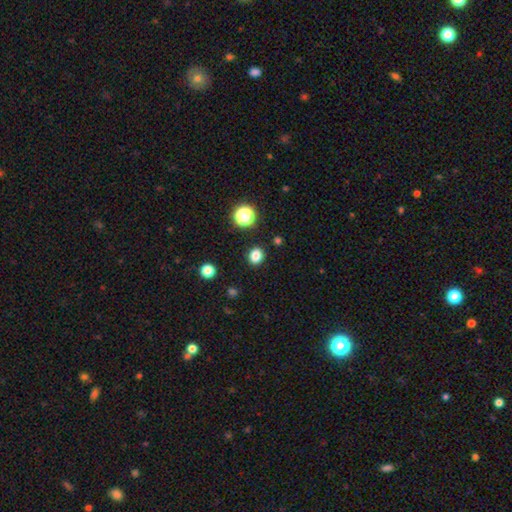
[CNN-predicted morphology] A smooth galaxy with no disk features (83%) that is round (62%).

Vote fractions:
- Smooth or featured? smooth: 83% / star or artifact: 13% / featured or disk: 4%
- How rounded? round: 62% / in between: 37% / cigar-shaped: 1%
- Merging? none: 89% / minor disturbance: 7% / major disturbance: 2% / merger: 2%